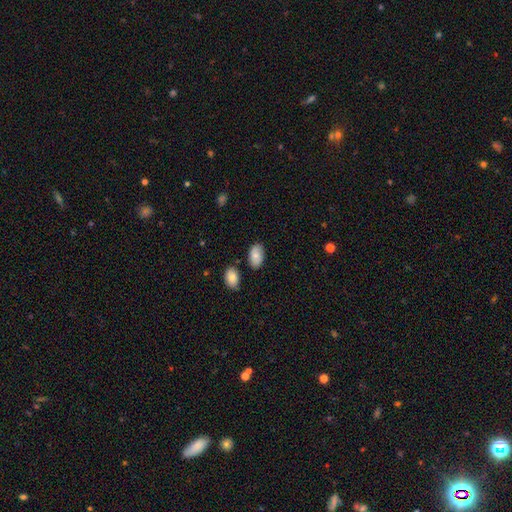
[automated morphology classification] Smooth or featured: smooth — 79% (featured or disk — 14%)
How rounded: in between — 93% (round — 6%)
Merging: none — 79% (minor disturbance — 13%)